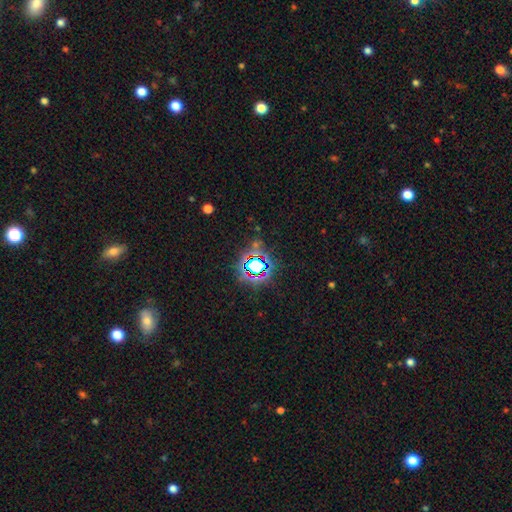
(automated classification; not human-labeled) Smooth or featured? Predicted: star or artifact (p=0.78).